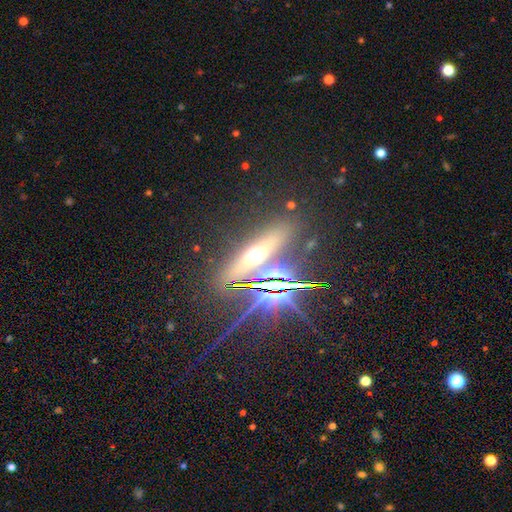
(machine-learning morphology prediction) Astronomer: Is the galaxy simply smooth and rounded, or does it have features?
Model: star or artifact — 38% (runner-up: smooth, 33%).